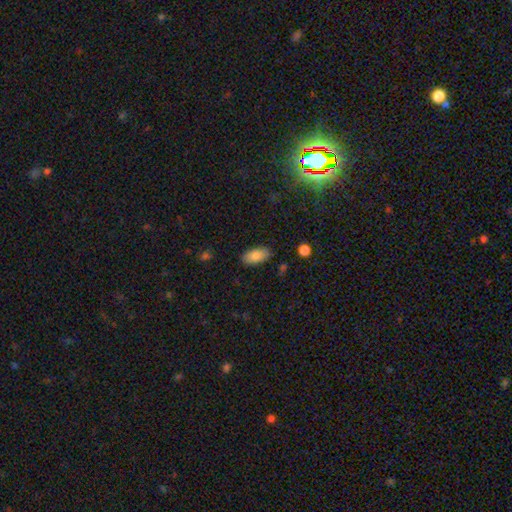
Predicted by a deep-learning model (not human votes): A smooth galaxy with no disk features (83%) that is in between round and cigar-shaped (93%). Merging: none (86%).